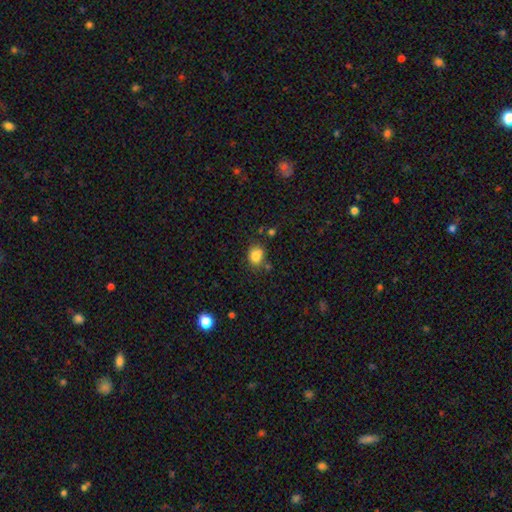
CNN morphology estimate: Smooth or featured: smooth — 83% (star or artifact — 11%)
How rounded: round — 57% (in between — 42%)
Merging: none — 71% (minor disturbance — 17%)